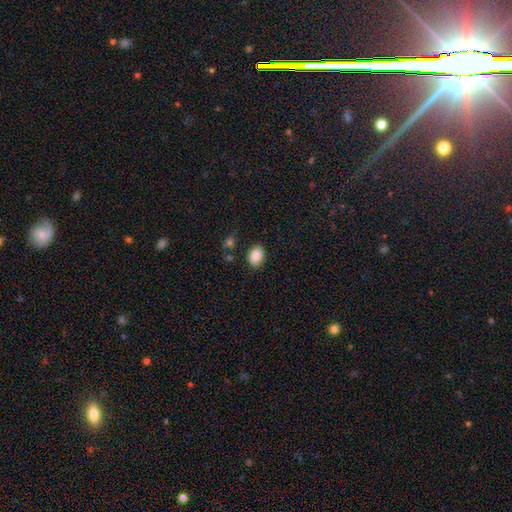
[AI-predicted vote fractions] Smooth or featured?
  - smooth: 88% *
  - star or artifact: 8%
  - featured or disk: 4%
How rounded?
  - in between: 78% *
  - round: 21%
  - cigar-shaped: 1%
Merging?
  - none: 80% *
  - minor disturbance: 13%
  - major disturbance: 3%
  - merger: 3%